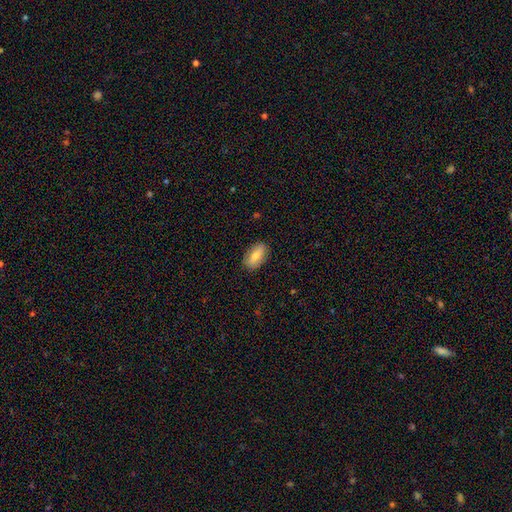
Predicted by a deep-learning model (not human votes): A smooth galaxy with no disk features (69%) that is in between round and cigar-shaped (90%). Merging: none (85%).